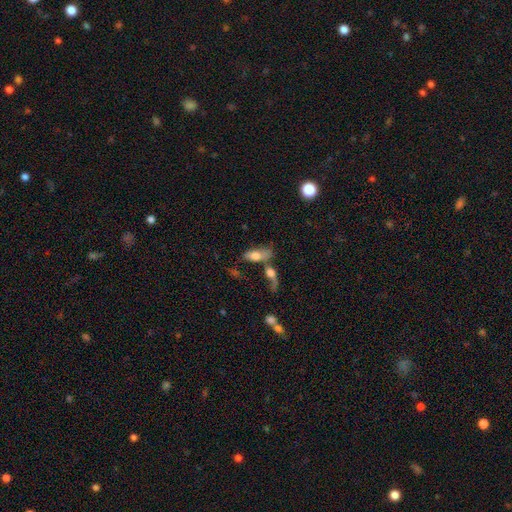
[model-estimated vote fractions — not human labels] smooth 66%, featured or disk 25%, star or artifact 9%. Down the decision tree: how rounded — in between (81%); merging — merger (40%).